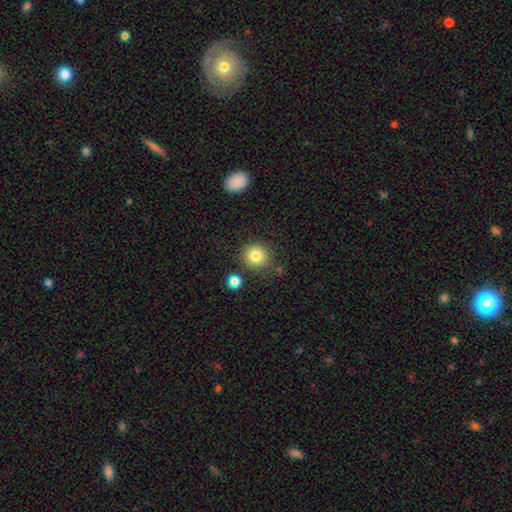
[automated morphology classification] type=smooth (83%); roundness=round (90%); merging=none (83%).